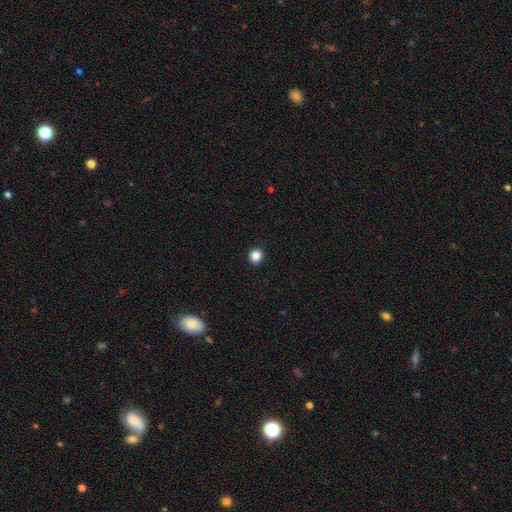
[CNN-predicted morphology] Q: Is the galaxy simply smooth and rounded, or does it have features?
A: smooth — 85%.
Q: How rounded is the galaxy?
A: round — 91%.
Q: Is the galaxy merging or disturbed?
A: none — 93%.